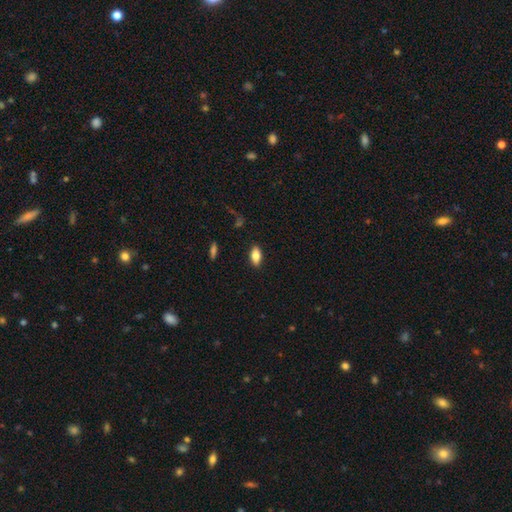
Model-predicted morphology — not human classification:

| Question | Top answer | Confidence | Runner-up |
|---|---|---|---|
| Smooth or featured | smooth | 82% | featured or disk (10%) |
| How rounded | in between | 89% | cigar-shaped (7%) |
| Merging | none | 88% | minor disturbance (9%) |